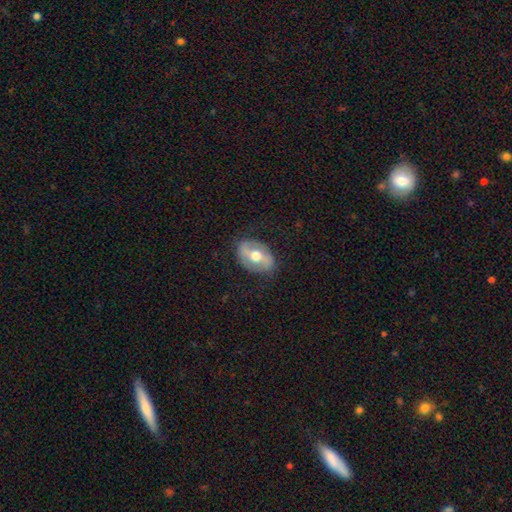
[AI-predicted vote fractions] Smooth or featured? Predicted: featured or disk (p=0.54). Edge-on disk? Predicted: no (p=0.90). Merging? Predicted: none (p=0.79).